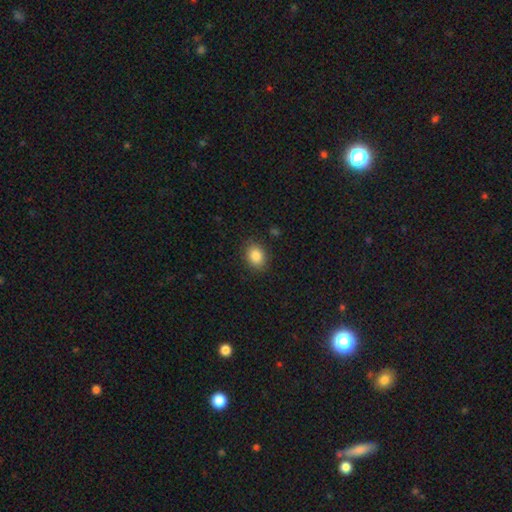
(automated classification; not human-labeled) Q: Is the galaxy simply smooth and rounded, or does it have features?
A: smooth — 86%.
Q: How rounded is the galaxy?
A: in between — 58%.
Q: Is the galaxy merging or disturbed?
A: none — 86%.